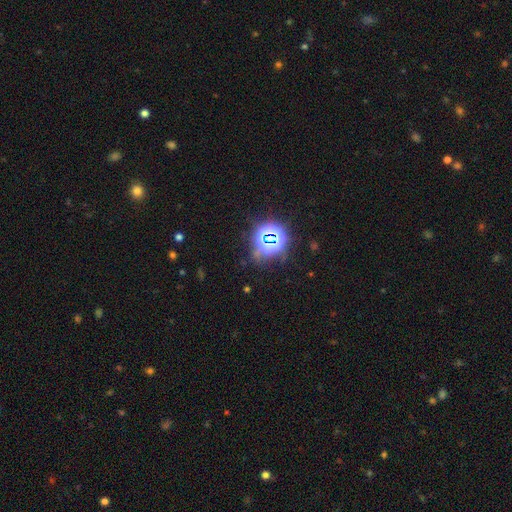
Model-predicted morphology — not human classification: A star or artifact, not a galaxy (82%).